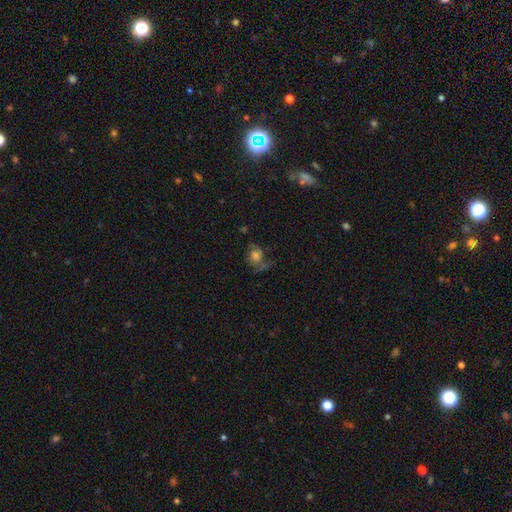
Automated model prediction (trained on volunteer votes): smooth_or_featured: smooth (p=0.46) [alt: featured or disk p=0.38]
merging: none (p=0.42) [alt: major disturbance p=0.31]